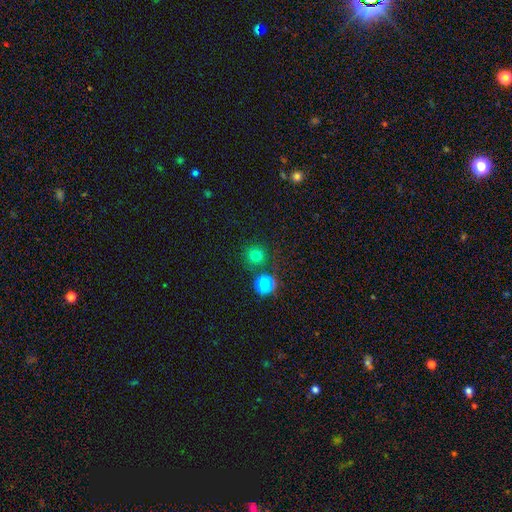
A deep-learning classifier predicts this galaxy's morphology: A smooth galaxy with no disk features (74%) that is round (93%). Merging: none (80%).